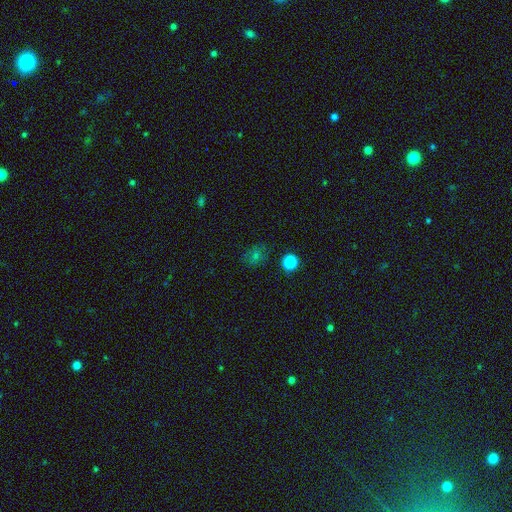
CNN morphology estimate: smooth-or-featured: smooth: 53% | star or artifact: 35% | featured or disk: 12%
  how-rounded: round: 63% | in between: 36% | cigar-shaped: 2%
  merging: none: 80% | minor disturbance: 12% | major disturbance: 5% | merger: 3%